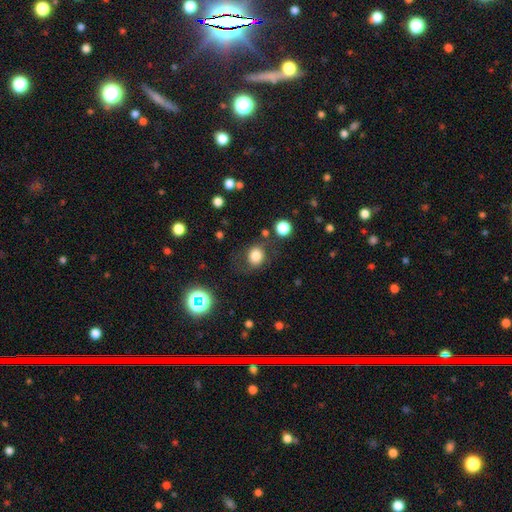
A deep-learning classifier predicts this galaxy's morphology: A smooth galaxy with no disk features (78%) that is round (69%). Merging: none (68%).